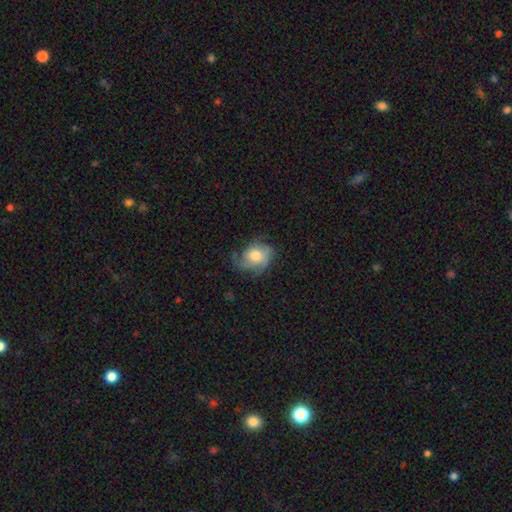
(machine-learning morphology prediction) A featured or disk galaxy (55%) with no bar (79%), spiral arms (83%) and a moderate central bulge (53%). Merging: none (54%).